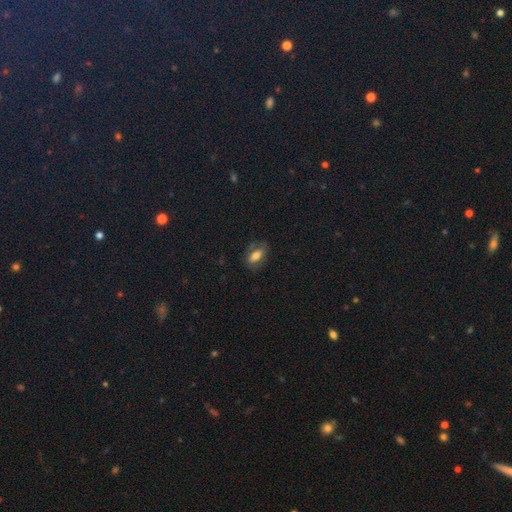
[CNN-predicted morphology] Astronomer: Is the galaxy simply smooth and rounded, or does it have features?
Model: smooth — 69%.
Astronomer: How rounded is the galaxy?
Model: in between — 82%.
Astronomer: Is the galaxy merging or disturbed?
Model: none — 68%.